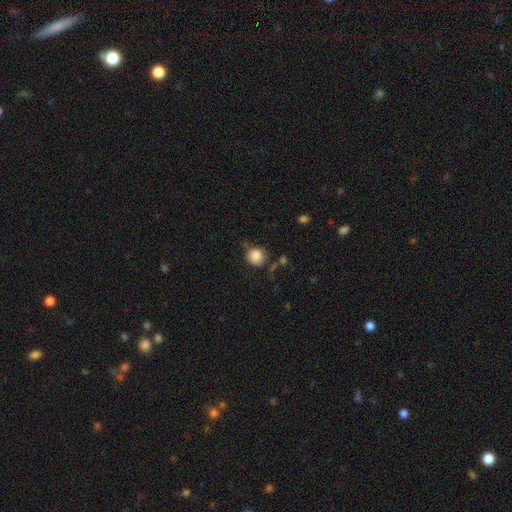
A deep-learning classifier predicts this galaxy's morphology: smooth-or-featured: smooth: 86% | star or artifact: 9% | featured or disk: 5%
  how-rounded: round: 89% | in between: 10% | cigar-shaped: 1%
  merging: none: 69% | minor disturbance: 19% | major disturbance: 6% | merger: 6%